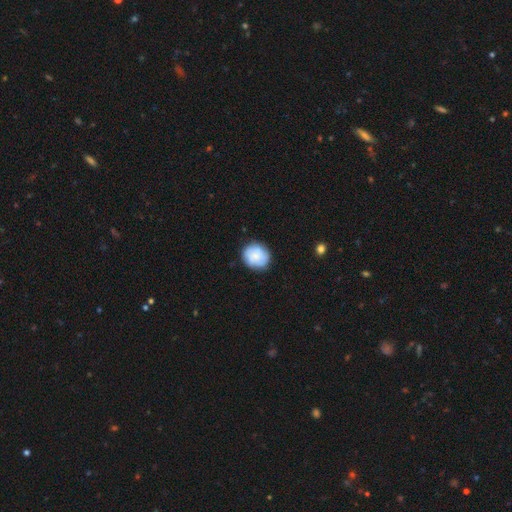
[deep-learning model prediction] smooth-or-featured: smooth: 62% | featured or disk: 31% | star or artifact: 7%
  how-rounded: round: 85% | in between: 14% | cigar-shaped: 1%
  merging: none: 83% | minor disturbance: 12% | major disturbance: 3% | merger: 1%